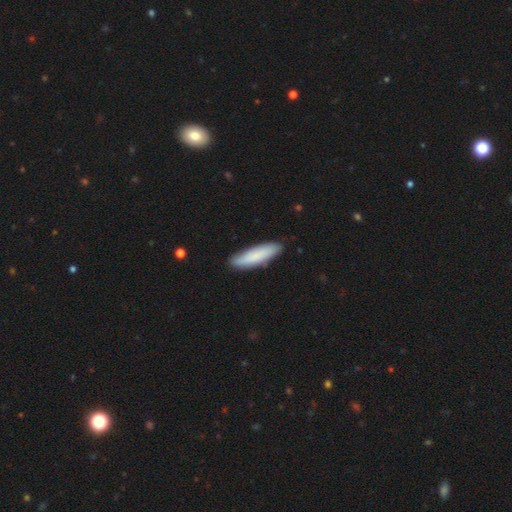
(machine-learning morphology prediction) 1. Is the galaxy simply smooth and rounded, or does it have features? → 81% smooth, 14% featured or disk, 5% star or artifact.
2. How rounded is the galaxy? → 72% cigar-shaped, 27% in between, 1% round.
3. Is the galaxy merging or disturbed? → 87% none, 10% minor disturbance, 2% major disturbance, 1% merger.